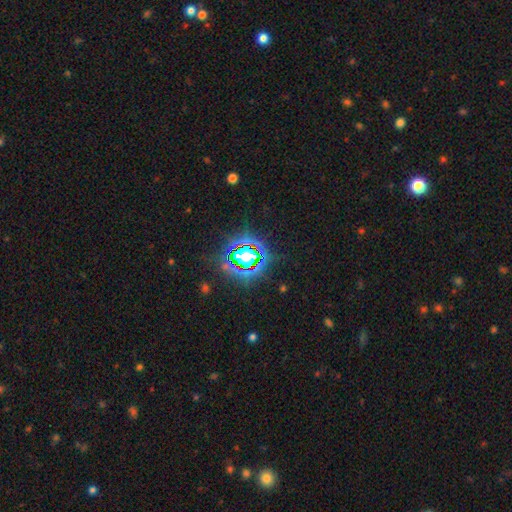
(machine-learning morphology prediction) This appears to be a star or artifact, not a galaxy (82%).